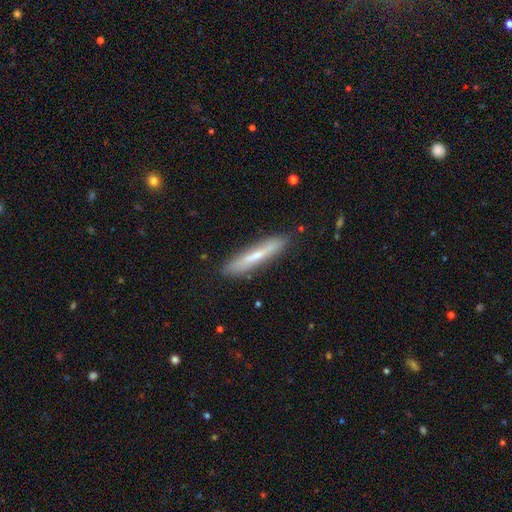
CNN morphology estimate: smooth 53%, featured or disk 40%, star or artifact 7%. Down the decision tree: how rounded — cigar-shaped (92%); merging — none (86%).